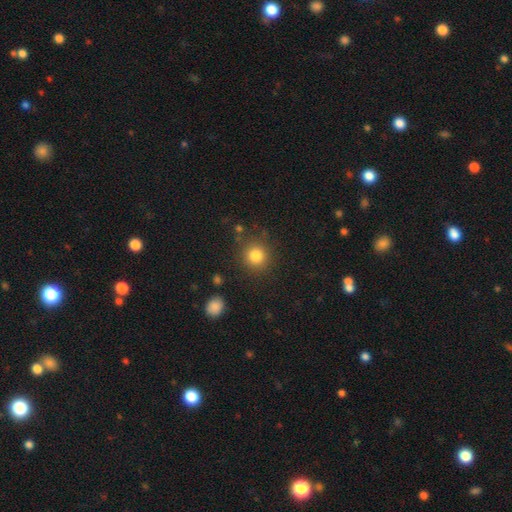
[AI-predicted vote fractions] The model was most divided on "smooth or featured": smooth: 83%, star or artifact: 12%, featured or disk: 6%. More confident: how rounded — round (91%); merging — none (85%).